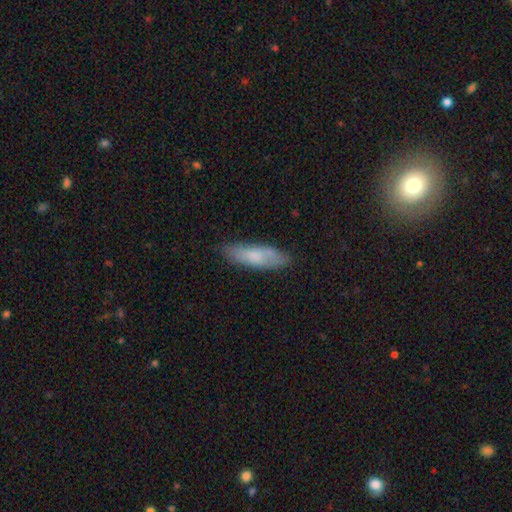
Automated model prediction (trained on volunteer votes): smooth_or_featured: smooth (p=0.71) [alt: featured or disk p=0.22]
how_rounded: cigar-shaped (p=0.52) [alt: in between p=0.46]
merging: none (p=0.75) [alt: minor disturbance p=0.19]